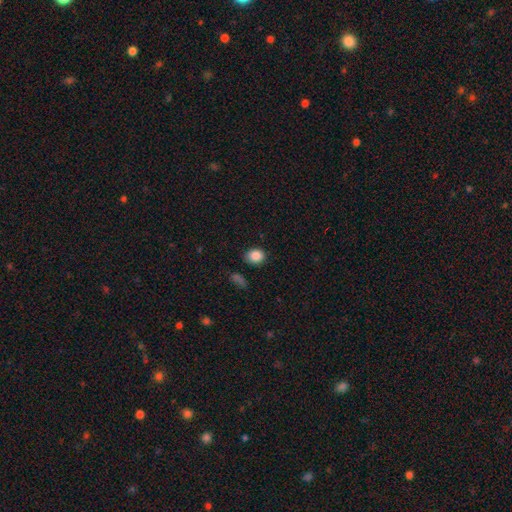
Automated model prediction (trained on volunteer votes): Morphology: type=smooth (86%); roundness=round (52%); merging=none (81%).